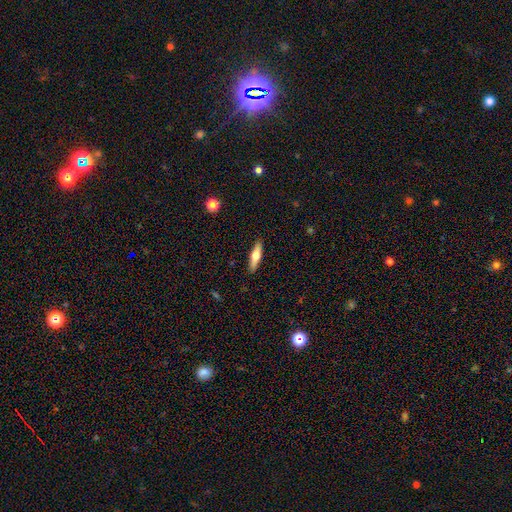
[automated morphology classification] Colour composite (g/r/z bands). It shows a smooth galaxy with no disk features (48%). Merging: none (90%).